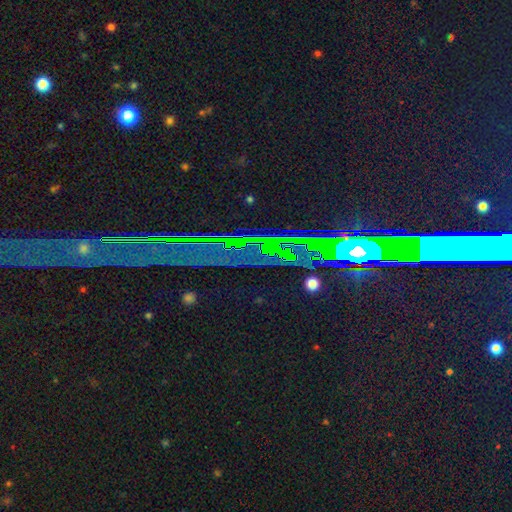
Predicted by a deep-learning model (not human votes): A star or artifact, not a galaxy (83%).